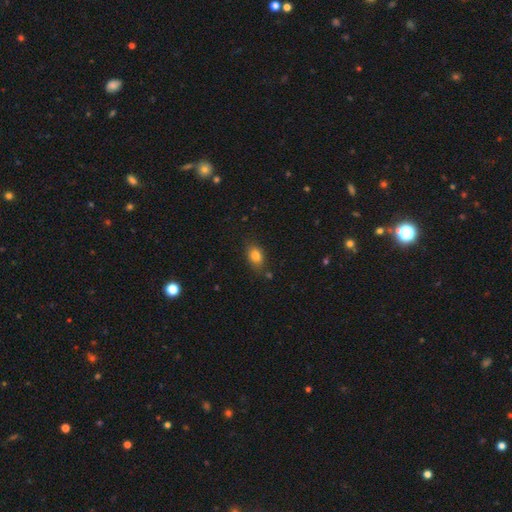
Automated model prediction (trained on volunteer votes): This is clearly a smooth galaxy (82%). How rounded: likely in between (78%). Merging: likely none (76%).